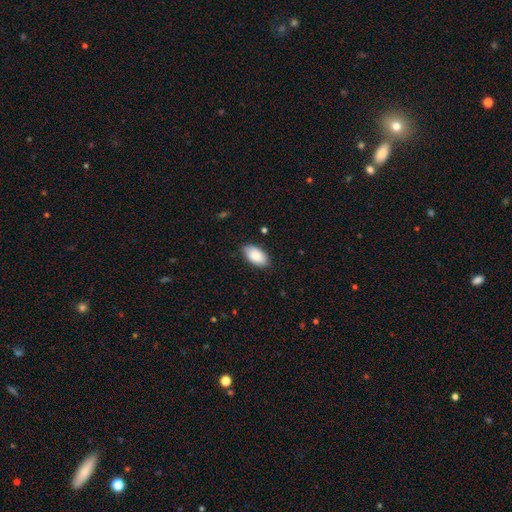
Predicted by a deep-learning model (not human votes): smooth_or_featured: smooth (p=0.86) [alt: featured or disk p=0.07]
how_rounded: in between (p=0.95) [alt: round p=0.03]
merging: none (p=0.82) [alt: minor disturbance p=0.15]